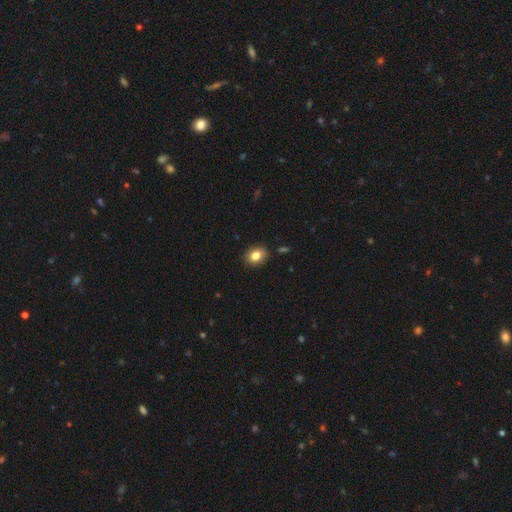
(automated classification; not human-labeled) Overall: smooth (82%). How rounded: in between (56%; round 43%). Merging: none (88%).